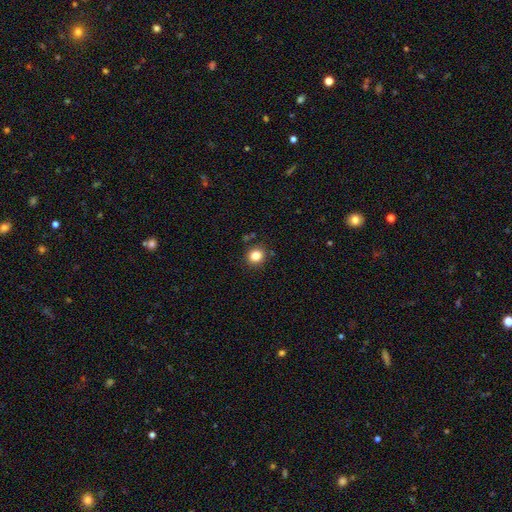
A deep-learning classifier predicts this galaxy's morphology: smooth-or-featured: smooth: 83% | star or artifact: 12% | featured or disk: 5%
  how-rounded: round: 85% | in between: 14% | cigar-shaped: 1%
  merging: none: 87% | minor disturbance: 8% | merger: 3% | major disturbance: 2%